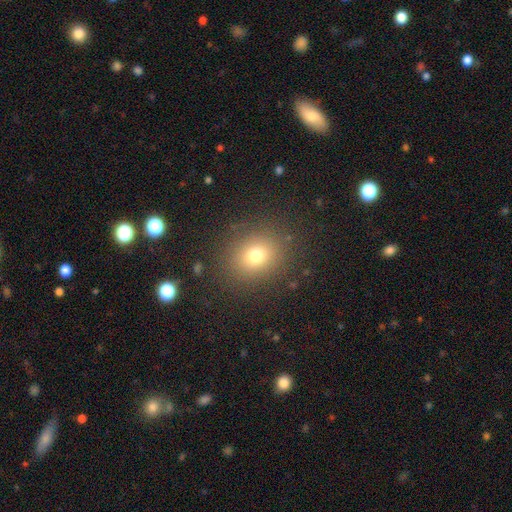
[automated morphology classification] A smooth galaxy with no disk features (73%) that is round (66%). Merging: none (86%).